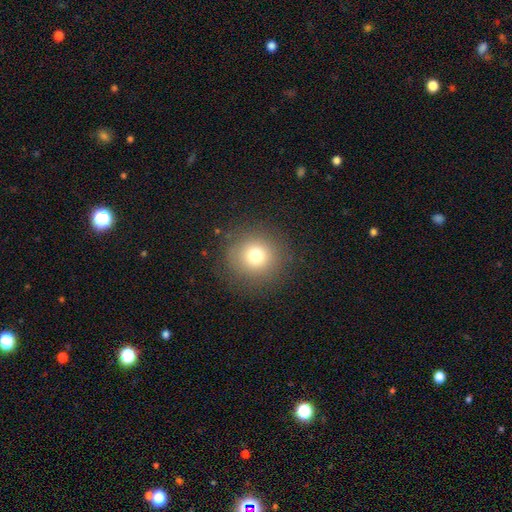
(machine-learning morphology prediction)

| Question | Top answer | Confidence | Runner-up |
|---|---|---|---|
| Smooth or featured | smooth | 74% | star or artifact (15%) |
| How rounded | round | 94% | in between (5%) |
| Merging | none | 87% | minor disturbance (8%) |